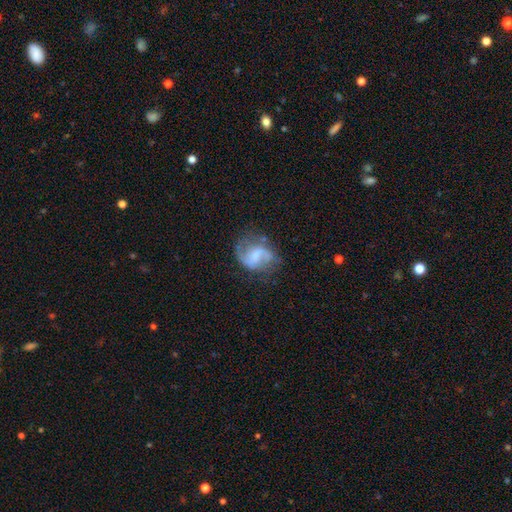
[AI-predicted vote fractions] A featured or disk galaxy (76%) with a weak bar (52%), 2 (86%) medium (45%) spiral arms (92%) and no central bulge (44%). Merging: none (60%).